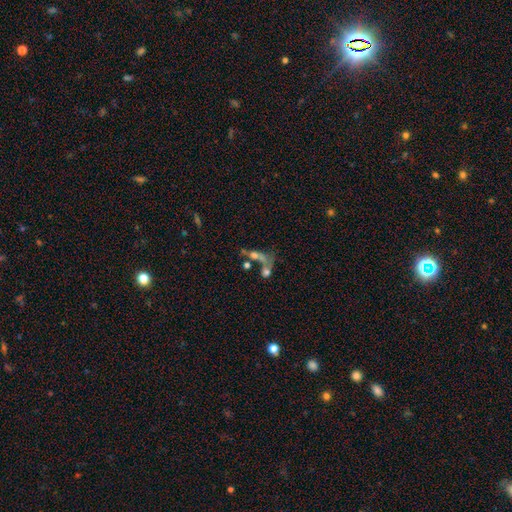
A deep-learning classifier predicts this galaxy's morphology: Smooth or featured? Predicted: smooth (p=0.37, tied with featured or disk). Merging? Predicted: merger (p=0.46).